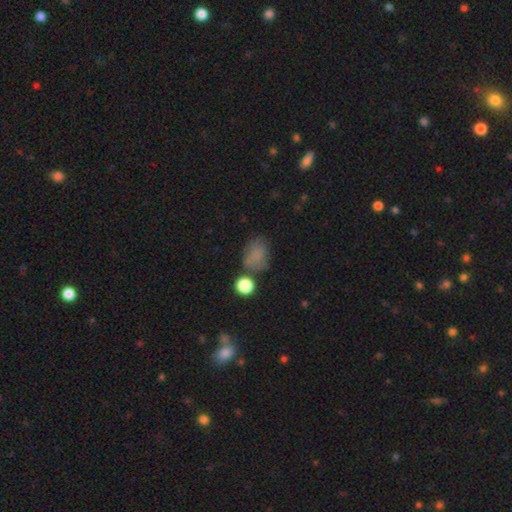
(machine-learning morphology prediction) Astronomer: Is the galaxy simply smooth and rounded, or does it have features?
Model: smooth — 75%.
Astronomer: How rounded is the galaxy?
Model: in between — 64%.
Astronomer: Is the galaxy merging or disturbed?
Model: none — 56%.